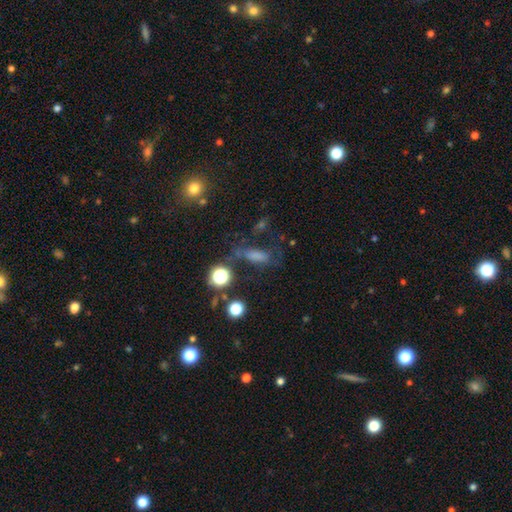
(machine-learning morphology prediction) Smooth or featured? Predicted: smooth (p=0.43). Merging? Predicted: none (p=0.52).